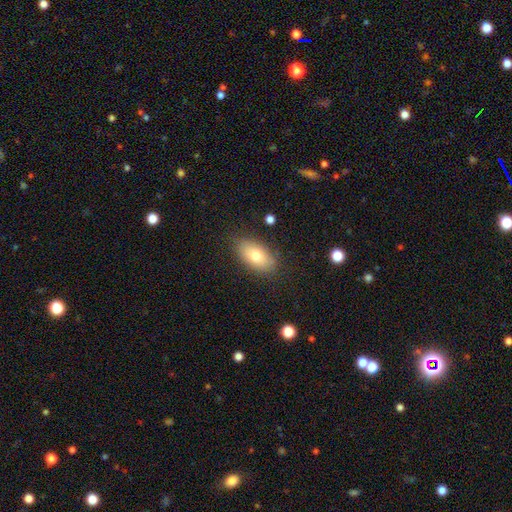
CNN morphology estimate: Smooth or featured?
  - smooth: 74% *
  - featured or disk: 18%
  - star or artifact: 8%
How rounded?
  - in between: 90% *
  - round: 6%
  - cigar-shaped: 3%
Merging?
  - none: 83% *
  - minor disturbance: 12%
  - major disturbance: 3%
  - merger: 1%